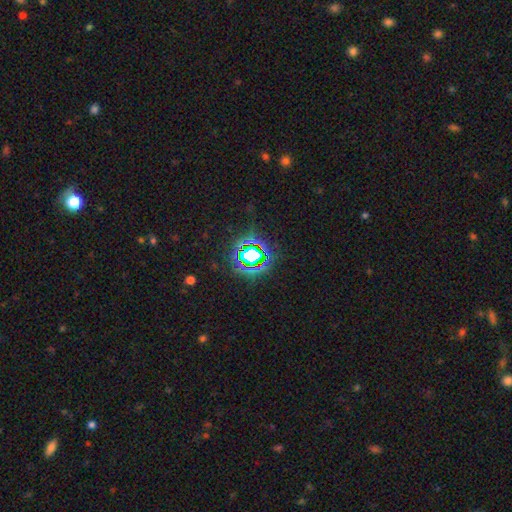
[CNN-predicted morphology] Smooth or featured? Predicted: star or artifact (p=0.78).